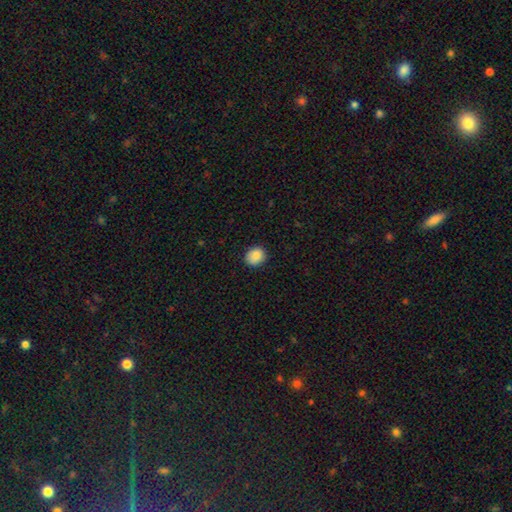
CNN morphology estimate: Smooth or featured: smooth — 86% (star or artifact — 9%)
How rounded: round — 73% (in between — 26%)
Merging: none — 86% (minor disturbance — 11%)